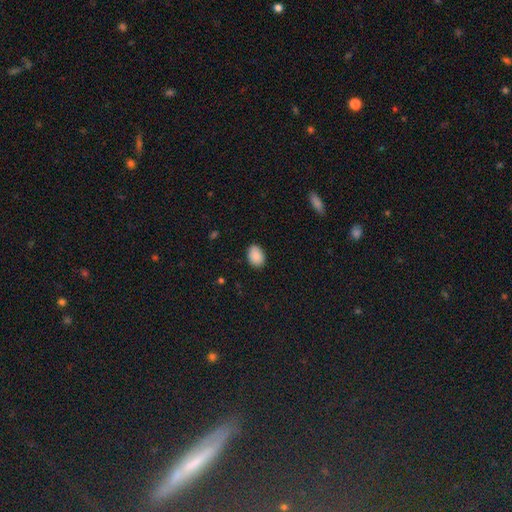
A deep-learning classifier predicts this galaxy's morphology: Smooth or featured? Predicted: smooth (p=0.89). How rounded? Predicted: in between (p=0.80). Merging? Predicted: none (p=0.85).